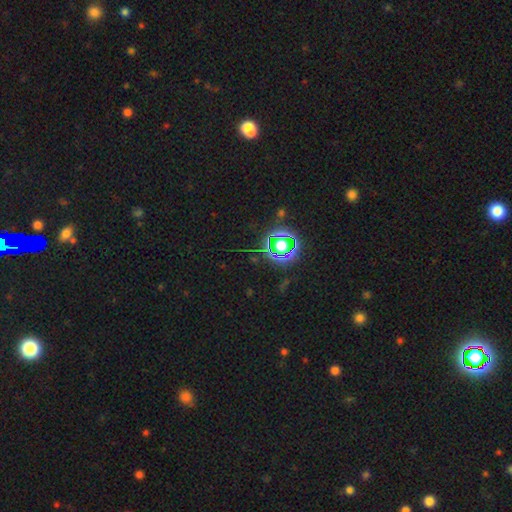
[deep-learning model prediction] Q: Smooth or featured?
A: star or artifact (74%); runner-up: smooth (17%)